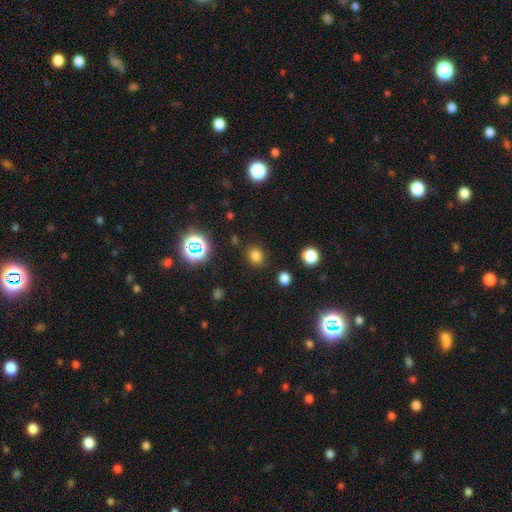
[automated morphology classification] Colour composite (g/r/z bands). It shows a smooth galaxy with no disk features (75%) that is round (68%). Merging: none (86%).